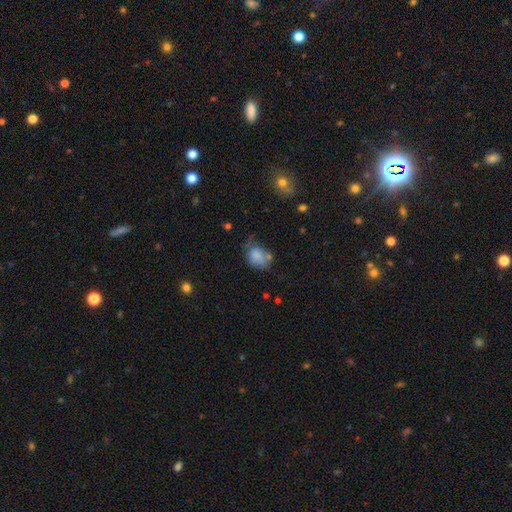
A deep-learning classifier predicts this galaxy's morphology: This is likely a smooth galaxy (75%). How rounded: likely in between (65%). Merging: marginally none (40%).